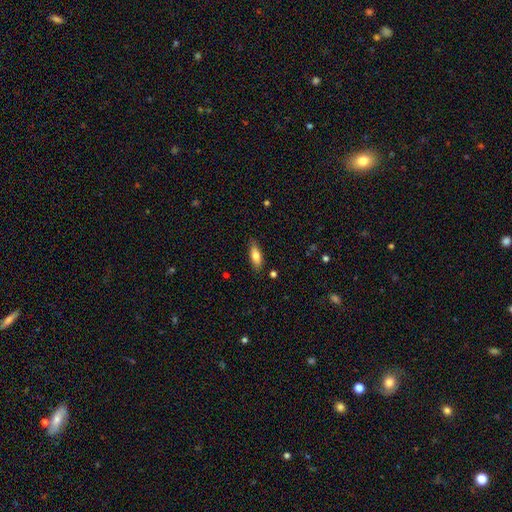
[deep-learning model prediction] A smooth galaxy with no disk features (76%) that is in between round and cigar-shaped (68%). Merging: none (81%).